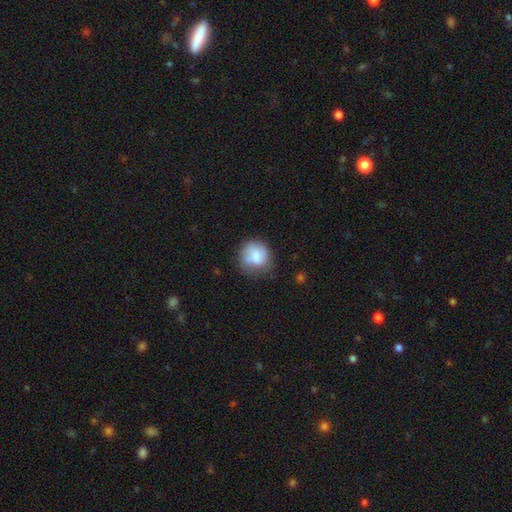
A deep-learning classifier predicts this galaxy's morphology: A smooth galaxy with no disk features (74%) that is round (82%). Merging: none (58%).